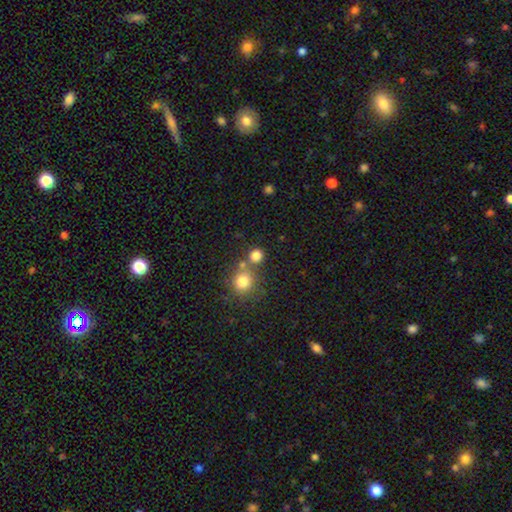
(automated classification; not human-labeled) smooth_or_featured: smooth (p=0.81) [alt: star or artifact p=0.13]
how_rounded: round (p=0.88) [alt: in between p=0.11]
merging: none (p=0.66) [alt: merger p=0.23]